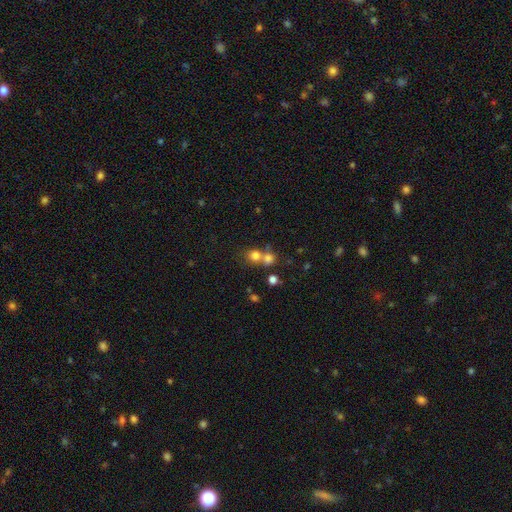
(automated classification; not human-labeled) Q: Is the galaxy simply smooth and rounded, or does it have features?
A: smooth — 75%.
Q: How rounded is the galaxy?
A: round — 83%.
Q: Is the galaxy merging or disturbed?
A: merger — 47%.